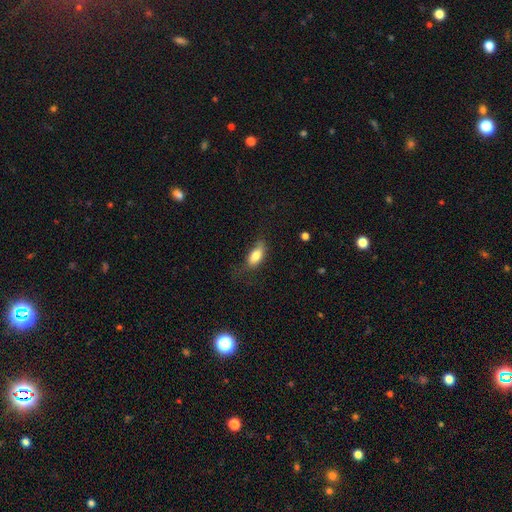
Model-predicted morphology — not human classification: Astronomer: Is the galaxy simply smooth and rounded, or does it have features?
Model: smooth — 81%.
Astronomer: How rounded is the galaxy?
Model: in between — 86%.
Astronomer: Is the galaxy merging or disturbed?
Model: none — 51% (runner-up: minor disturbance, 30%).